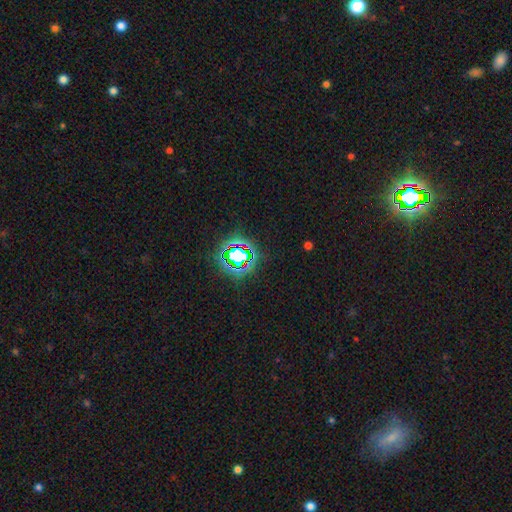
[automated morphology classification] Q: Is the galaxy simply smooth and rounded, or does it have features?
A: star or artifact — 80%.